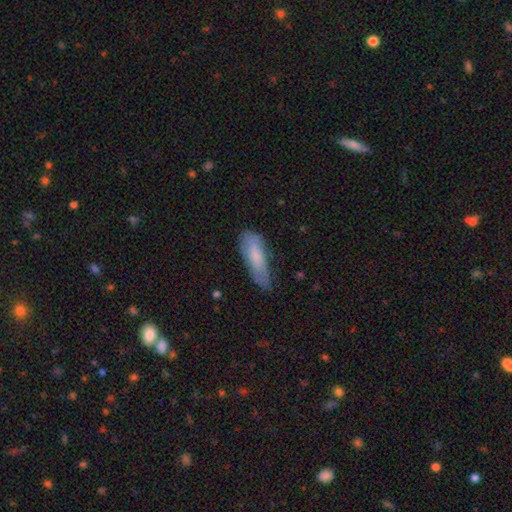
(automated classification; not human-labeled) This is likely a smooth galaxy (75%). How rounded: possibly in between (52%). Merging: possibly none (59%).